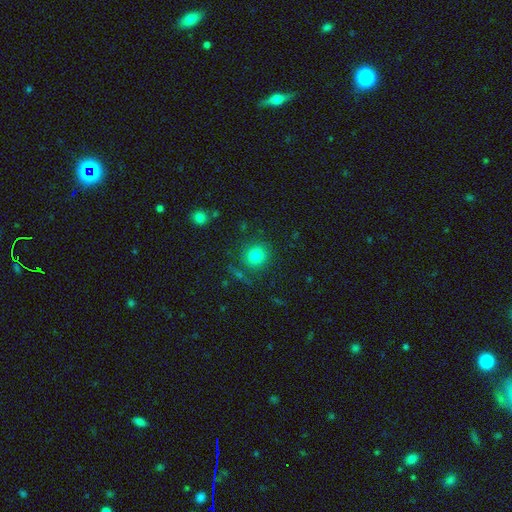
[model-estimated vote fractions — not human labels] smooth-or-featured: smooth: 80% | star or artifact: 13% | featured or disk: 7%
  how-rounded: round: 89% | in between: 10% | cigar-shaped: 1%
  merging: none: 81% | minor disturbance: 10% | merger: 5% | major disturbance: 4%